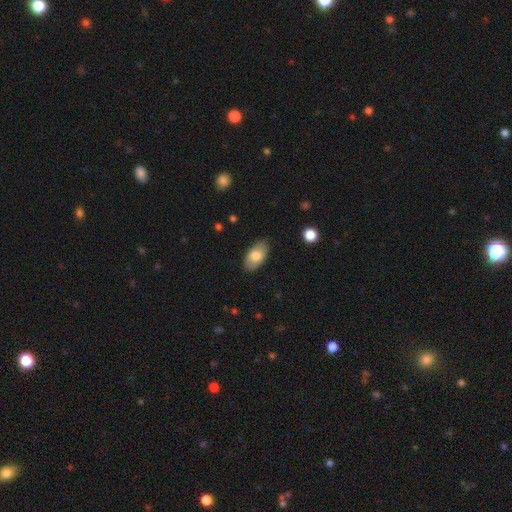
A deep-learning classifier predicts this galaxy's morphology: A smooth galaxy with no disk features (77%) that is in between round and cigar-shaped (94%).

Vote fractions:
- Smooth or featured? smooth: 77% / featured or disk: 16% / star or artifact: 6%
- How rounded? in between: 94% / round: 3% / cigar-shaped: 3%
- Merging? none: 84% / minor disturbance: 12% / major disturbance: 3% / merger: 1%